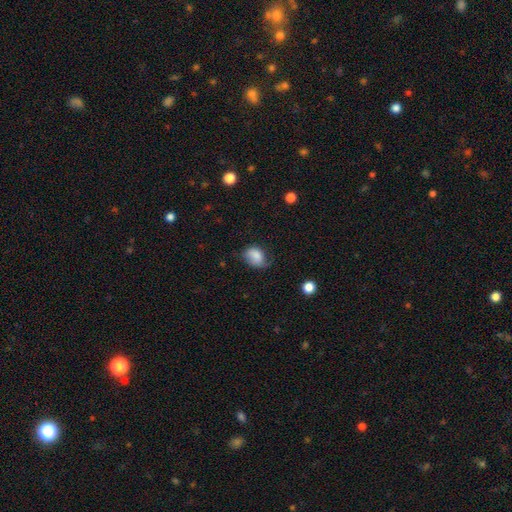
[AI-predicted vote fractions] Morphology: type=smooth (76%); roundness=in between (66%); merging=none (43%).